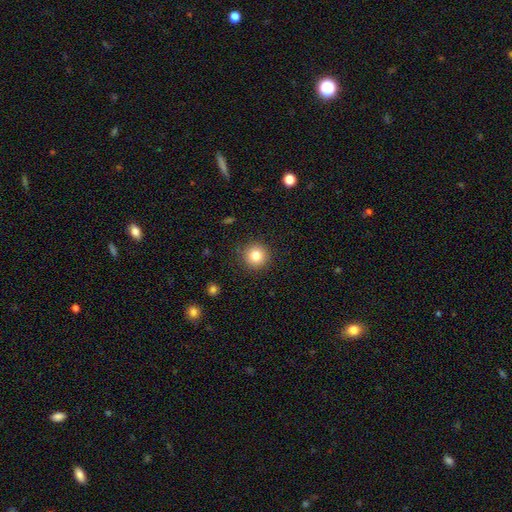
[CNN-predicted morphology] Smooth or featured?
  - smooth: 81% *
  - star or artifact: 11%
  - featured or disk: 7%
How rounded?
  - round: 95% *
  - in between: 4%
  - cigar-shaped: 1%
Merging?
  - none: 90% *
  - minor disturbance: 7%
  - major disturbance: 2%
  - merger: 1%